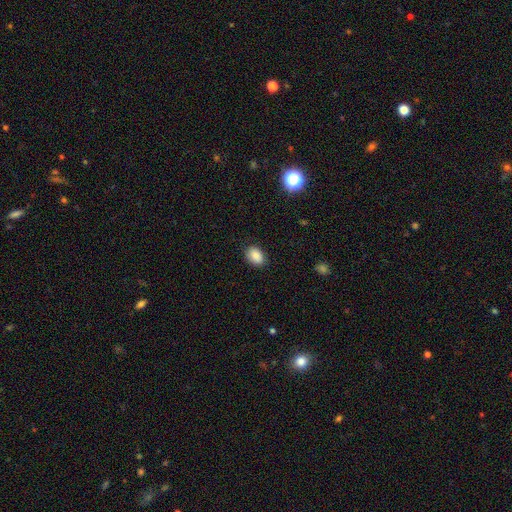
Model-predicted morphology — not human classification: Overall: smooth (88%). How rounded: in between (77%). Merging: none (84%).